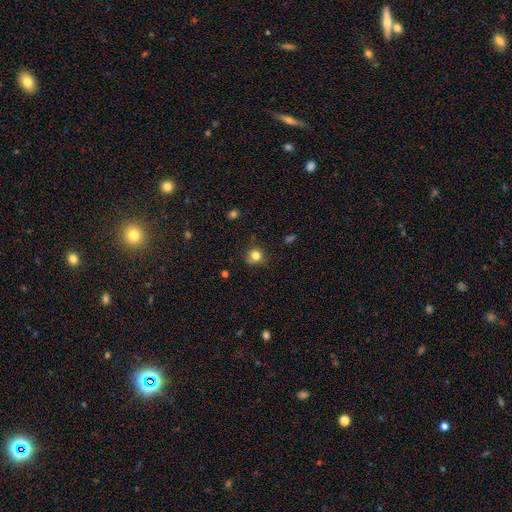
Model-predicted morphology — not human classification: Q: Smooth or featured?
A: smooth (80%); runner-up: star or artifact (13%)
Q: How rounded?
A: round (86%); runner-up: in between (13%)
Q: Merging?
A: none (73%); runner-up: minor disturbance (20%)